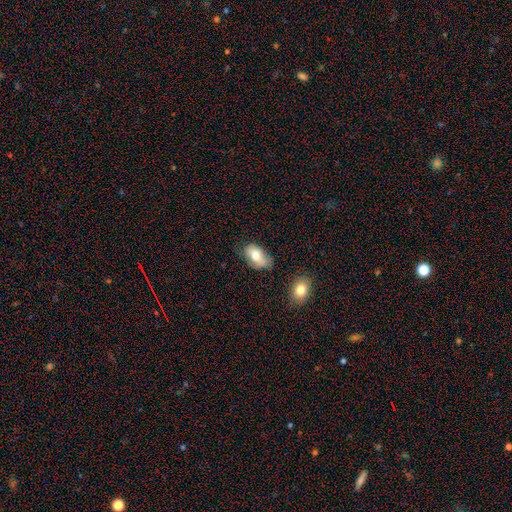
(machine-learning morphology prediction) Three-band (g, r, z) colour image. It shows a smooth galaxy with no disk features (73%) that is in between round and cigar-shaped (92%). Merging: none (62%).